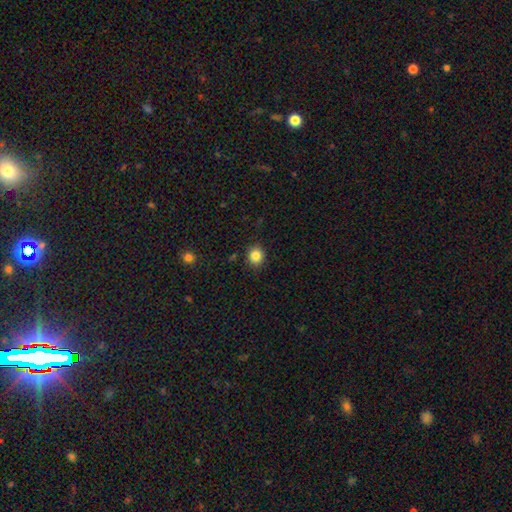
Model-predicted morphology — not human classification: type=smooth (85%); roundness=round (74%); merging=none (88%).